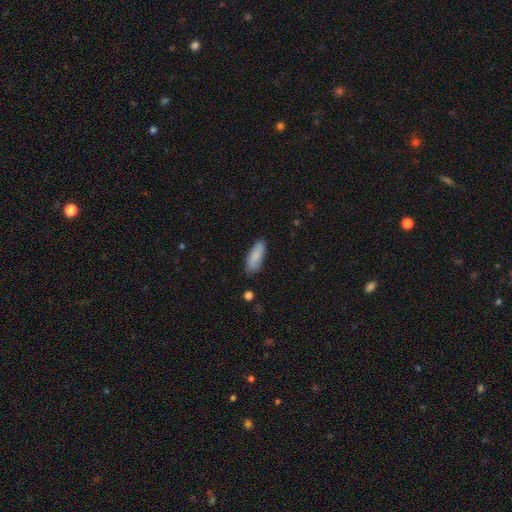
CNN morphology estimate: type=smooth (84%); roundness=in between (76%); merging=none (80%).